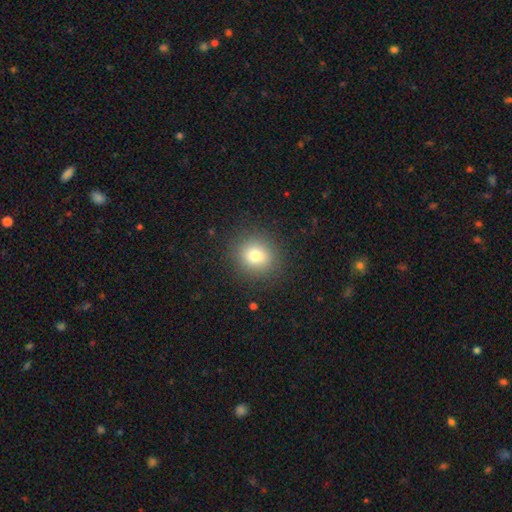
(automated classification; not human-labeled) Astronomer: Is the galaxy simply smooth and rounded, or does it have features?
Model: smooth — 76%.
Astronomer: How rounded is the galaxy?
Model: round — 90%.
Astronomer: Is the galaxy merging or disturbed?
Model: none — 89%.